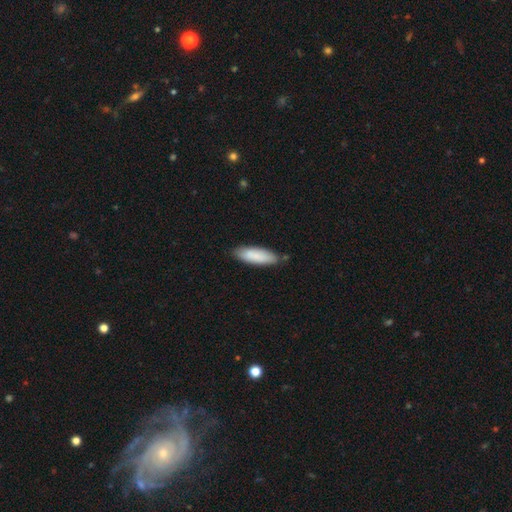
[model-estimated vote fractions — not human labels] A smooth galaxy with no disk features (86%) that is in between round and cigar-shaped (56%). Merging: none (81%).